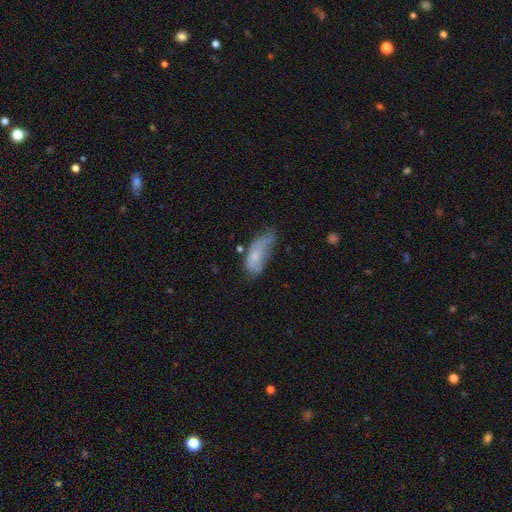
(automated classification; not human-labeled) Morphology: type=smooth (65%); roundness=in between (84%); merging=minor disturbance (34%, tied with major disturbance).